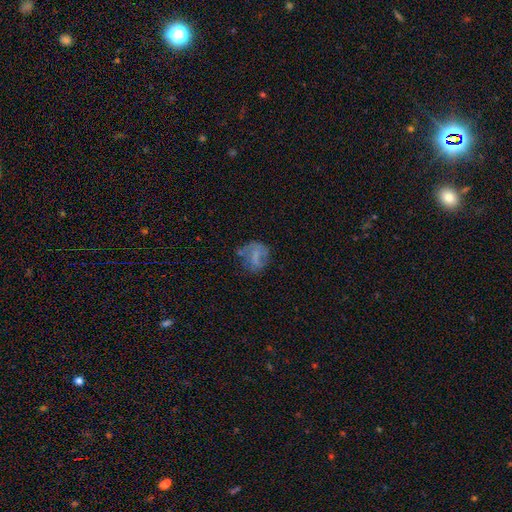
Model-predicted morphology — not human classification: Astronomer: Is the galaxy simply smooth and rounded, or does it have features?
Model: smooth — 48% (runner-up: featured or disk, 40%).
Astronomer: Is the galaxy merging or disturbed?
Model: none — 49% (runner-up: minor disturbance, 25%).